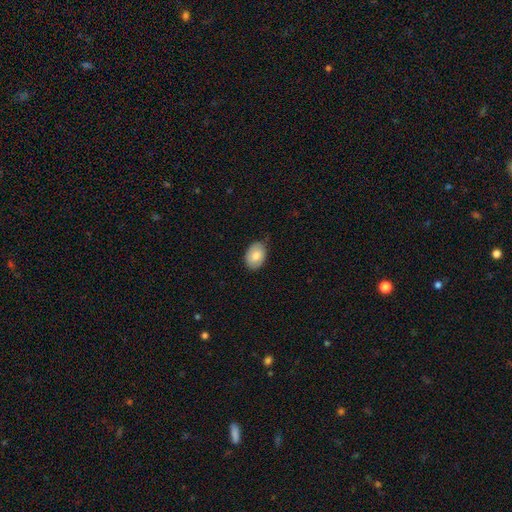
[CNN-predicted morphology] smooth 76%, featured or disk 17%, star or artifact 7%. Down the decision tree: how rounded — in between (84%); merging — none (77%).